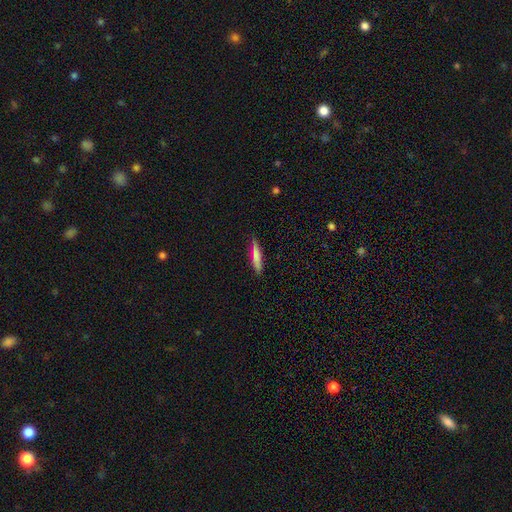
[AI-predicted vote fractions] smooth_or_featured: smooth (p=0.74) [alt: featured or disk p=0.20]
how_rounded: cigar-shaped (p=0.89) [alt: in between p=0.10]
merging: none (p=0.87) [alt: minor disturbance p=0.10]